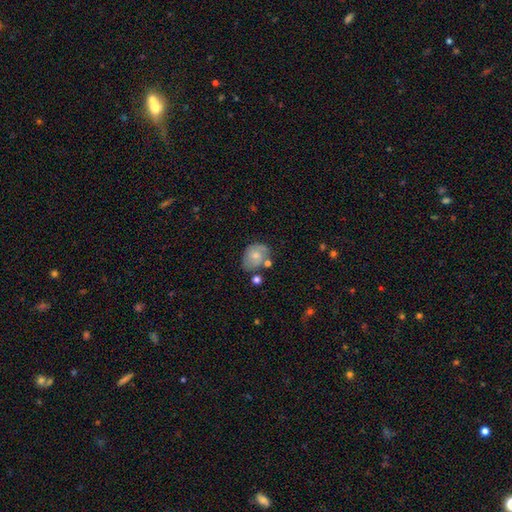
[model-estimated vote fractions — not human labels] A smooth galaxy with no disk features (60%) that is in between round and cigar-shaped (56%). Merging: none (52%).